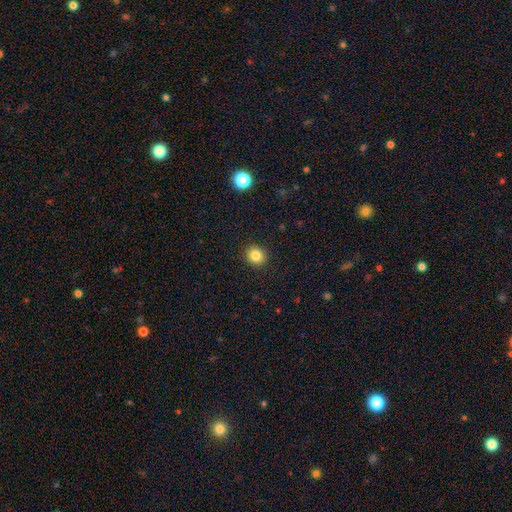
smooth 90%, star or artifact 8%, featured or disk 3%. Down the decision tree: how rounded — round (83%); merging — none (94%).